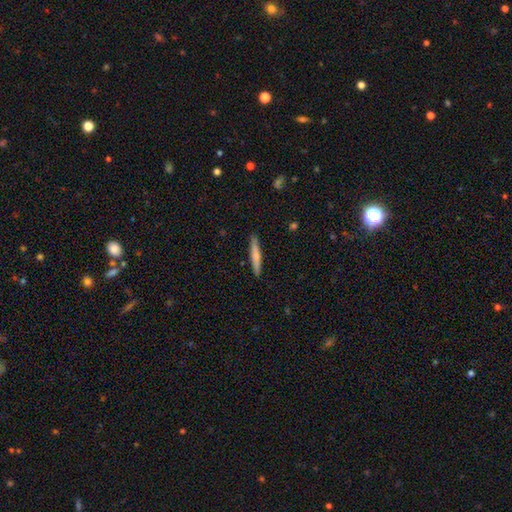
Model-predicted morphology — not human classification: smooth_or_featured: smooth (p=0.73) [alt: featured or disk p=0.22]
how_rounded: cigar-shaped (p=0.94) [alt: in between p=0.05]
merging: none (p=0.90) [alt: minor disturbance p=0.07]